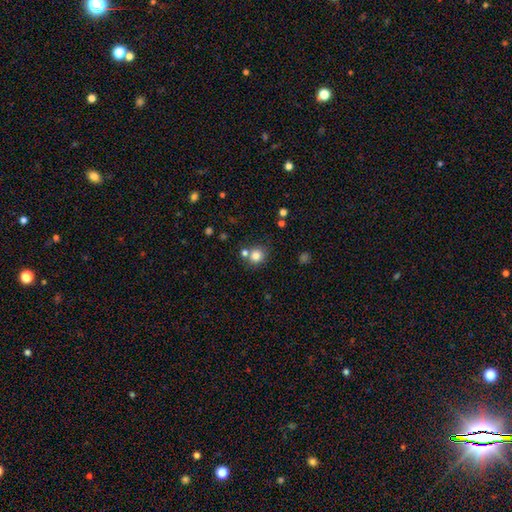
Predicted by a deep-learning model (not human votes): Smooth or featured? smooth (81%)
How rounded? round (86%)
Merging? none (65%)